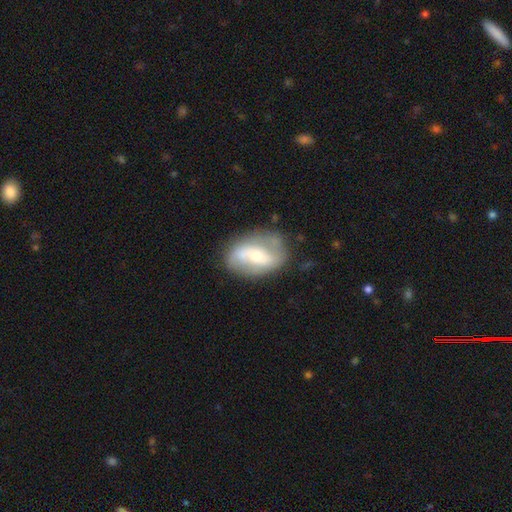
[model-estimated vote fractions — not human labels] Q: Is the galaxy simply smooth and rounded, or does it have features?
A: featured or disk — 70%.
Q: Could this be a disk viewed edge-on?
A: no — 94%.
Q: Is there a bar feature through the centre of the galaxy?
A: strong — 38%.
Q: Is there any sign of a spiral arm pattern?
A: yes — 75%.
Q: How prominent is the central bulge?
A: moderate — 56%.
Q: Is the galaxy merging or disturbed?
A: none — 75%.